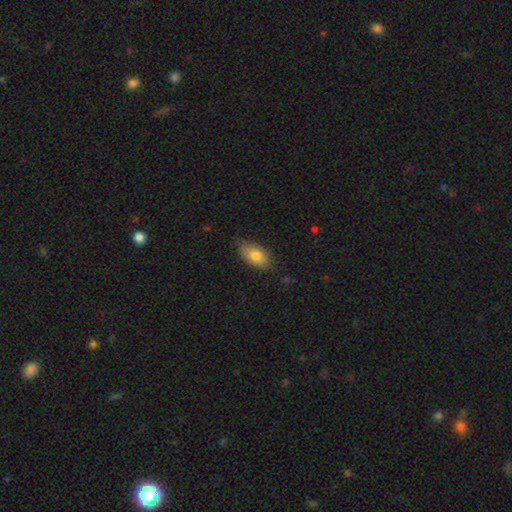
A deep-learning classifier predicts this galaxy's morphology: Overall: smooth (77%). How rounded: in between (91%). Merging: none (76%).